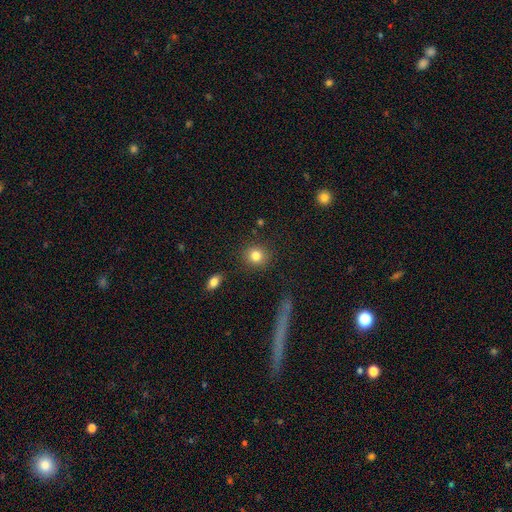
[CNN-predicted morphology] Smooth or featured: smooth — 83% (star or artifact — 10%)
How rounded: round — 86% (in between — 13%)
Merging: none — 88% (minor disturbance — 7%)